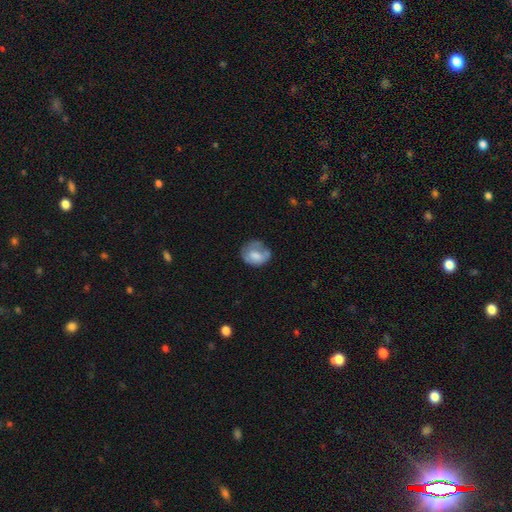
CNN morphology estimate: Overall: smooth (64%; featured or disk 28%). How rounded: round (61%; in between 38%). Merging: none (48%; minor disturbance 30%).